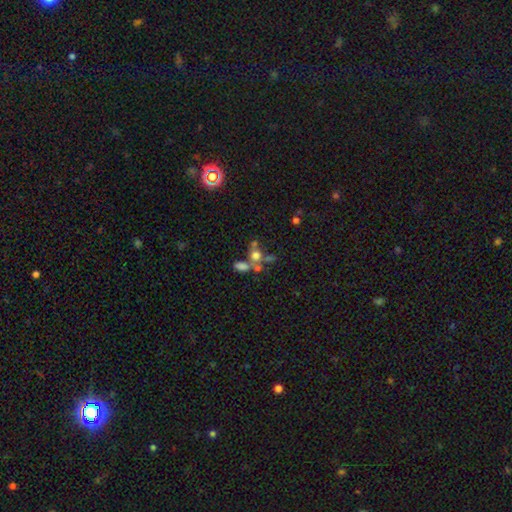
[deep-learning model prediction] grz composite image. It shows a smooth galaxy with no disk features (60%) that is round (51%). Merging: merger (46%).